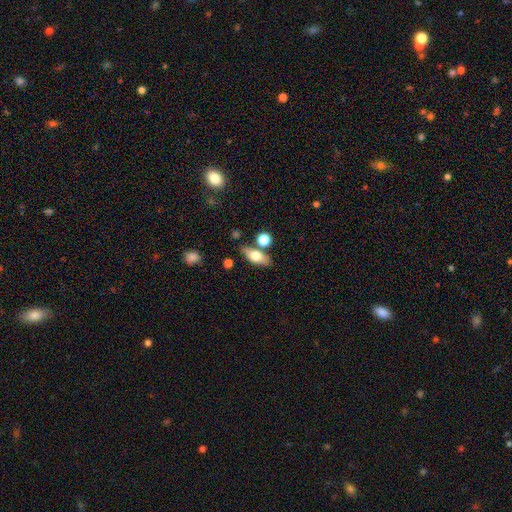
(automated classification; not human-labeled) The model was most divided on "smooth or featured": smooth: 65%, featured or disk: 28%, star or artifact: 8%. More confident: how rounded — in between (74%); merging — none (74%).